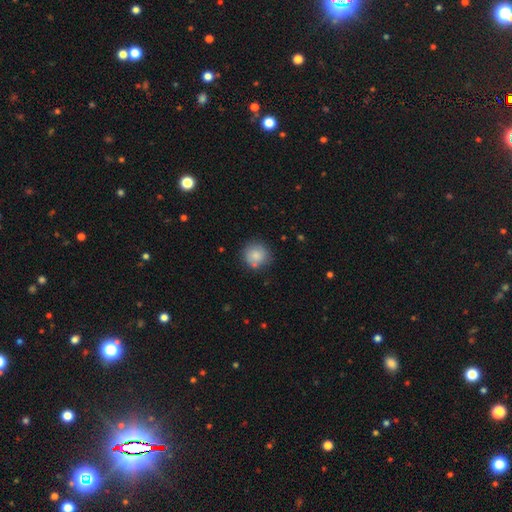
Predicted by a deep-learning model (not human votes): smooth_or_featured: smooth (p=0.82) [alt: featured or disk p=0.10]
how_rounded: round (p=0.91) [alt: in between p=0.08]
merging: none (p=0.76) [alt: minor disturbance p=0.14]